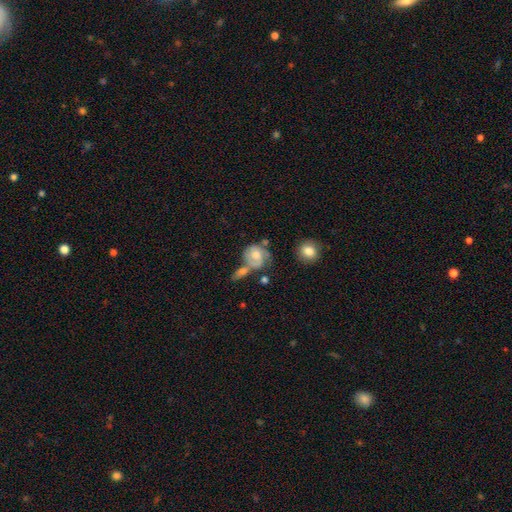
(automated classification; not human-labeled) This is possibly a featured or disk galaxy (50%). It is clearly not viewed edge-on (97%). Merging: marginally none (34%).